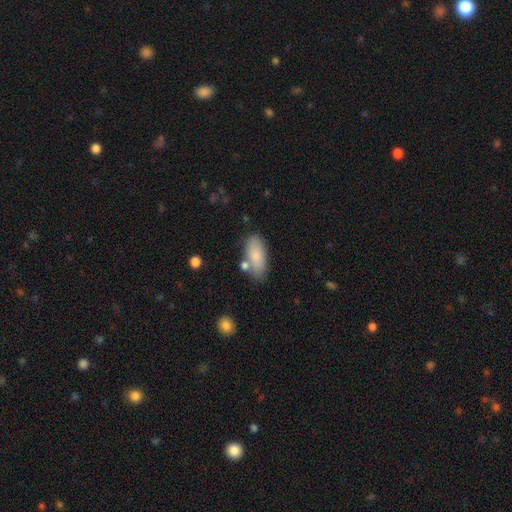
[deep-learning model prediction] This appears to be a smooth galaxy with no disk features (83%) that is in between round and cigar-shaped (88%). Merging: none (69%).